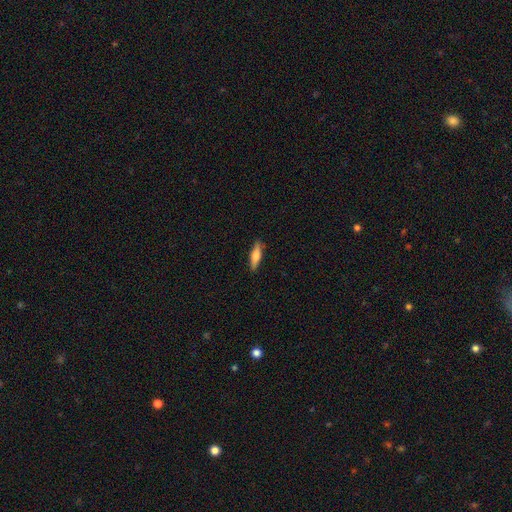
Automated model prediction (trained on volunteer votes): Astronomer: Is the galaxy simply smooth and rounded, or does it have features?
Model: smooth — 65%.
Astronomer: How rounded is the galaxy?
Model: cigar-shaped — 64%.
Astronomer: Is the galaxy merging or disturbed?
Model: none — 88%.